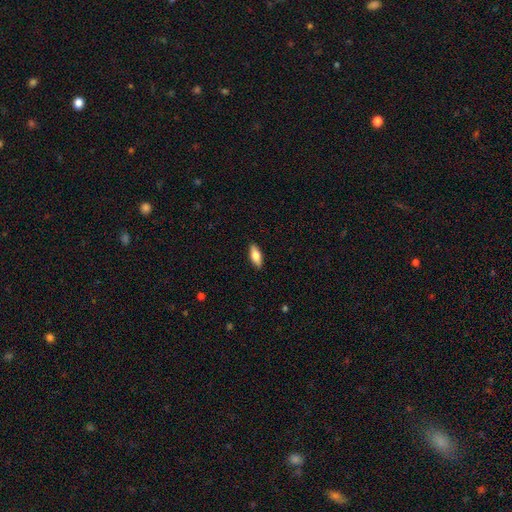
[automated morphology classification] smooth 76%, featured or disk 18%, star or artifact 6%. Down the decision tree: how rounded — in between (76%); merging — none (89%).